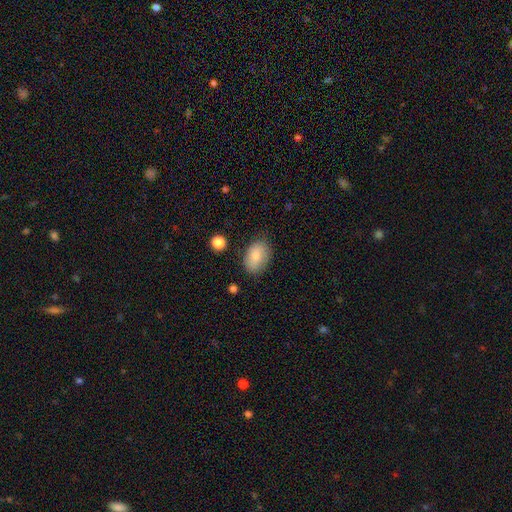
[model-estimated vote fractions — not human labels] Smooth or featured: smooth — 83% (featured or disk — 10%)
How rounded: in between — 87% (round — 12%)
Merging: none — 76% (minor disturbance — 18%)